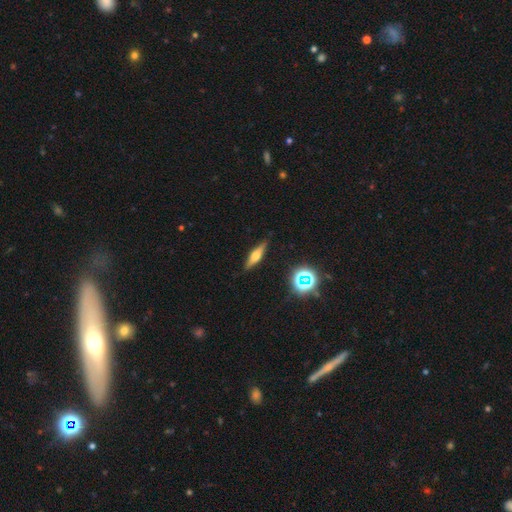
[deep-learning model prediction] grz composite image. It shows a featured or disk galaxy (51%) viewed edge-on (93%). Merging: none (88%).